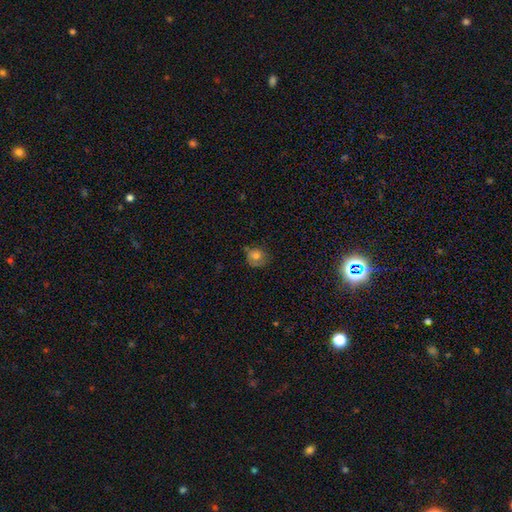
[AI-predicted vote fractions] smooth-or-featured: smooth: 73% | featured or disk: 16% | star or artifact: 11%
  how-rounded: round: 73% | in between: 26% | cigar-shaped: 1%
  merging: none: 57% | minor disturbance: 29% | major disturbance: 10% | merger: 3%